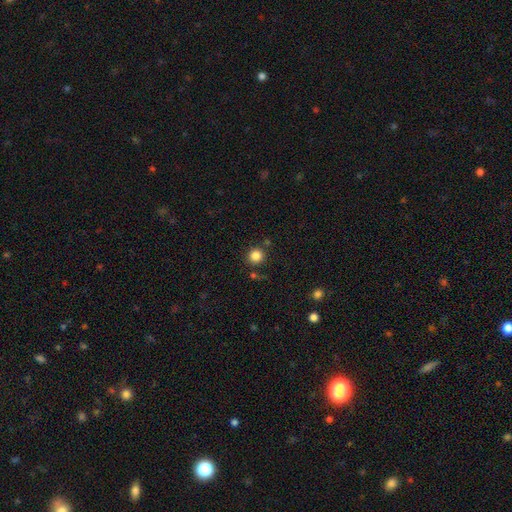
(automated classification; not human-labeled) This is clearly a smooth galaxy (84%). How rounded: clearly round (93%). Merging: clearly none (84%).